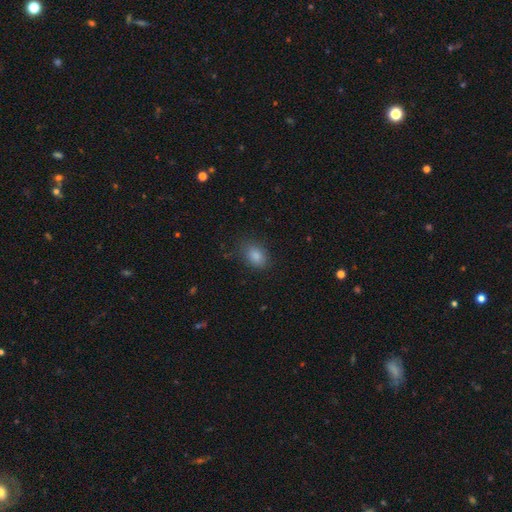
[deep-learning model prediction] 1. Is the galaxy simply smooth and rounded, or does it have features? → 85% smooth, 9% star or artifact, 5% featured or disk.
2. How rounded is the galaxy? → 76% in between, 22% round, 1% cigar-shaped.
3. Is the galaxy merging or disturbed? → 78% none, 16% minor disturbance, 5% major disturbance, 1% merger.